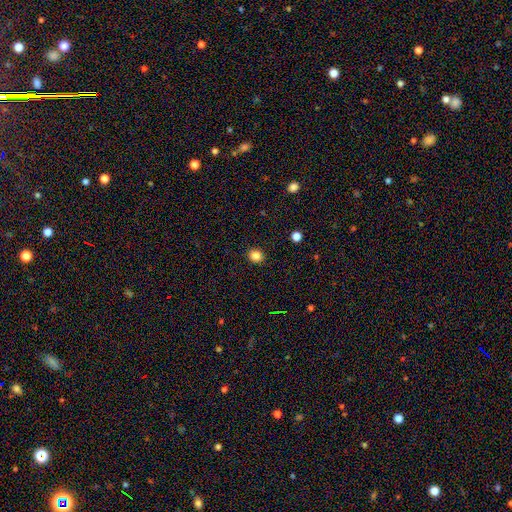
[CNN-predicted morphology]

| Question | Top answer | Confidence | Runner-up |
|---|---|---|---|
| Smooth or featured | smooth | 84% | star or artifact (12%) |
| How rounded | round | 77% | in between (22%) |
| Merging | none | 91% | minor disturbance (6%) |